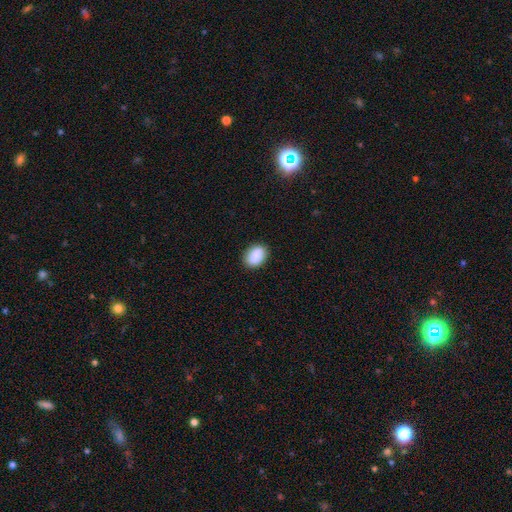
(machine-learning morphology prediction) This is clearly a smooth galaxy (90%). How rounded: likely in between (76%). Merging: clearly none (87%).